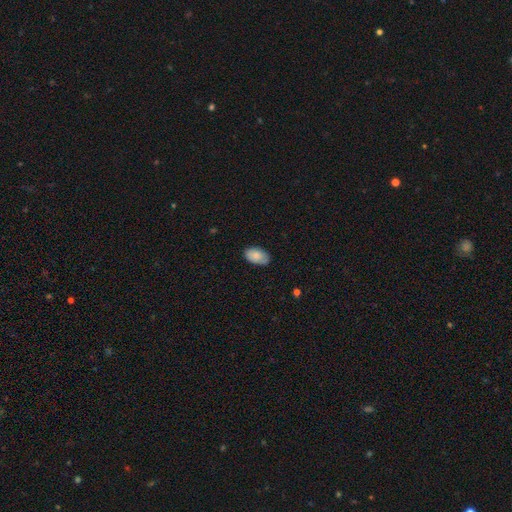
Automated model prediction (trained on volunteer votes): Smooth or featured?
  - smooth: 83% *
  - featured or disk: 10%
  - star or artifact: 6%
How rounded?
  - in between: 94% *
  - round: 5%
  - cigar-shaped: 1%
Merging?
  - none: 82% *
  - minor disturbance: 15%
  - major disturbance: 2%
  - merger: 1%